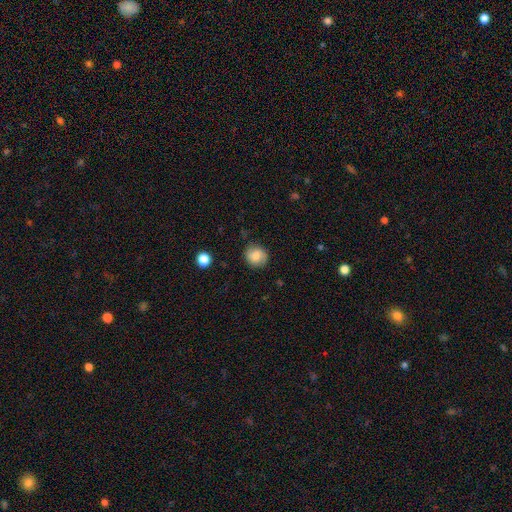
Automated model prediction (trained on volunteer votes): Q: Smooth or featured?
A: smooth (67%); runner-up: featured or disk (24%)
Q: How rounded?
A: round (84%); runner-up: in between (15%)
Q: Merging?
A: none (81%); runner-up: minor disturbance (14%)